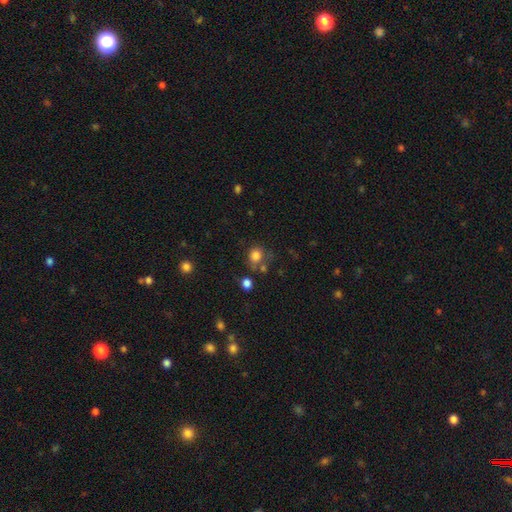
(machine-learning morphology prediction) A smooth galaxy with no disk features (81%) that is round (70%). Merging: none (59%).